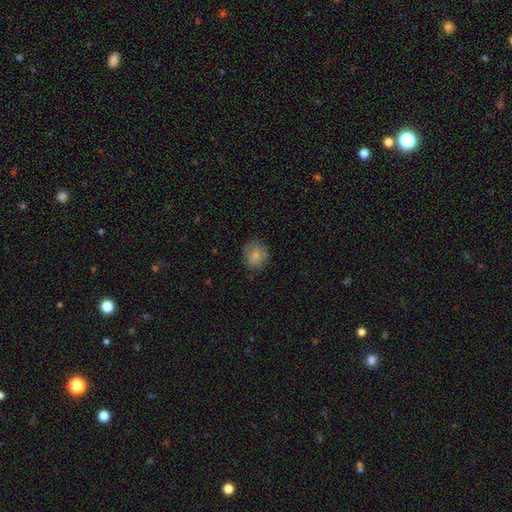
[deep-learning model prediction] This appears to be a smooth galaxy with no disk features (78%) that is round (82%). Merging: none (78%).